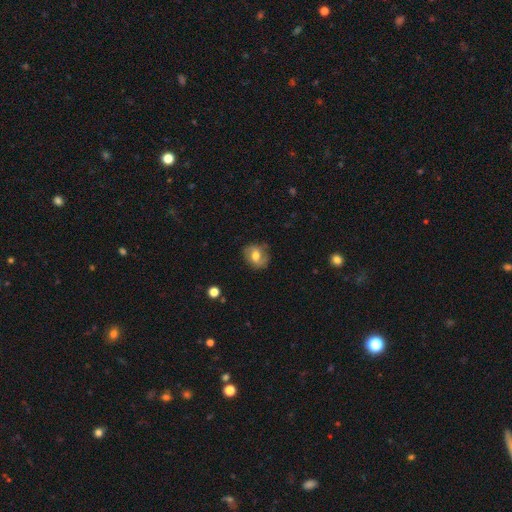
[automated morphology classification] This appears to be a smooth galaxy with no disk features (46%, tied with featured or disk). Merging: none (74%).